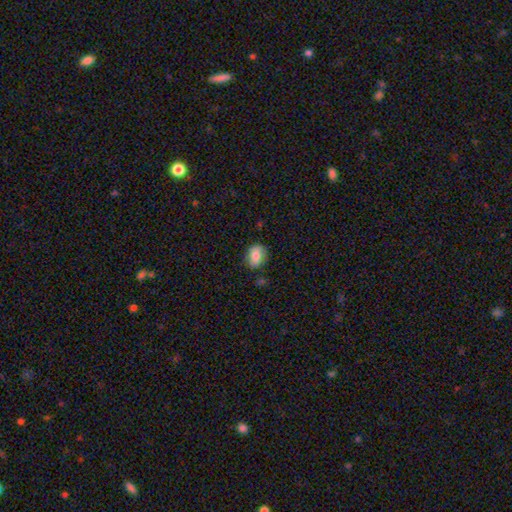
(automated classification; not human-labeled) A smooth galaxy with no disk features (76%) that is in between round and cigar-shaped (58%). Merging: none (77%).